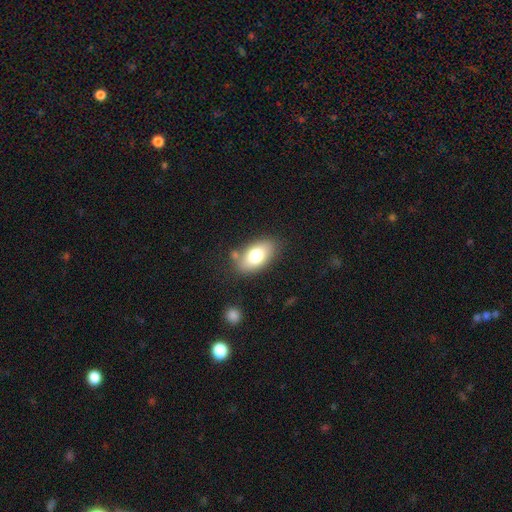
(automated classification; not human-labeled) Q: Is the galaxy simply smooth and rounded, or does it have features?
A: smooth — 76%.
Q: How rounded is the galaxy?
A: in between — 91%.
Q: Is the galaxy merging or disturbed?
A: none — 77%.